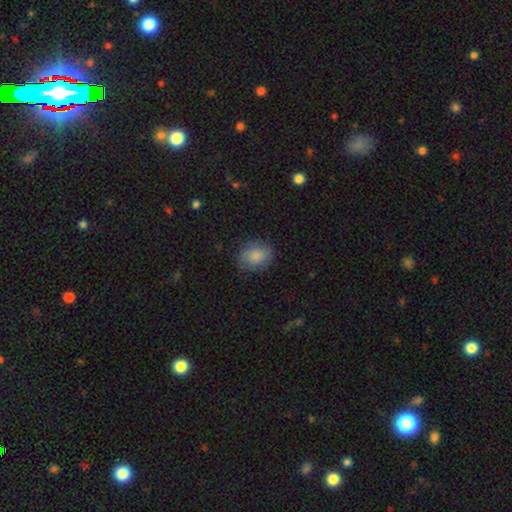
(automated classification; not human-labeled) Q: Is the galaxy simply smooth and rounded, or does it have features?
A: smooth — 81%.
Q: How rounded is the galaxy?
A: in between — 51%.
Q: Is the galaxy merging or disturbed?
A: none — 80%.